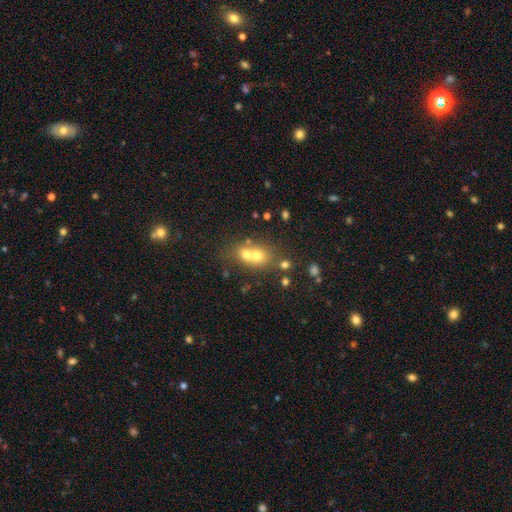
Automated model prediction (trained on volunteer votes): Q: Smooth or featured?
A: smooth (62%); runner-up: featured or disk (23%)
Q: How rounded?
A: round (60%); runner-up: in between (38%)
Q: Merging?
A: merger (62%); runner-up: none (28%)